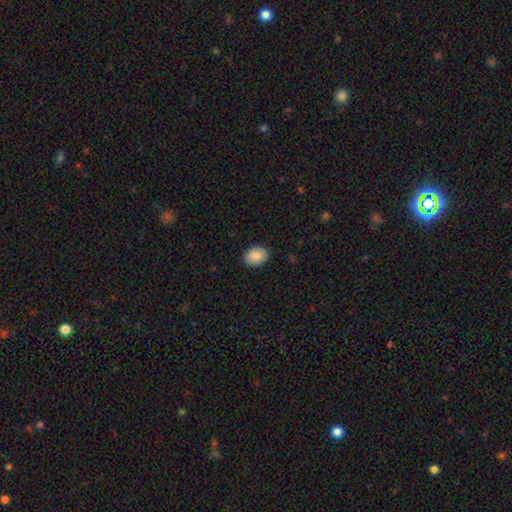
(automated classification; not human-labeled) Smooth or featured: smooth — 90% (star or artifact — 7%)
How rounded: in between — 74% (round — 25%)
Merging: none — 88% (minor disturbance — 9%)